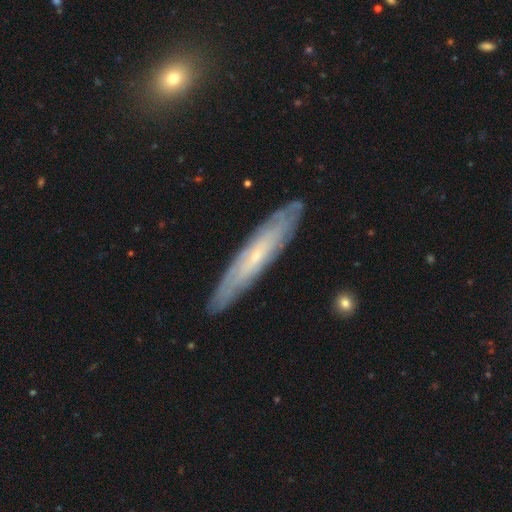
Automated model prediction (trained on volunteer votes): smooth_or_featured: featured or disk (p=0.69) [alt: smooth p=0.24]
disk_edge_on: yes (p=0.55) [alt: no p=0.45]
merging: none (p=0.87) [alt: minor disturbance p=0.10]